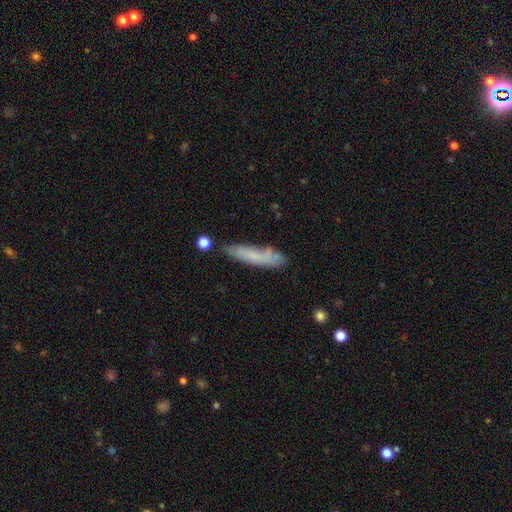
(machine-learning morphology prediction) Q: Smooth or featured?
A: smooth (68%); runner-up: featured or disk (24%)
Q: How rounded?
A: cigar-shaped (83%); runner-up: in between (15%)
Q: Merging?
A: none (68%); runner-up: minor disturbance (21%)